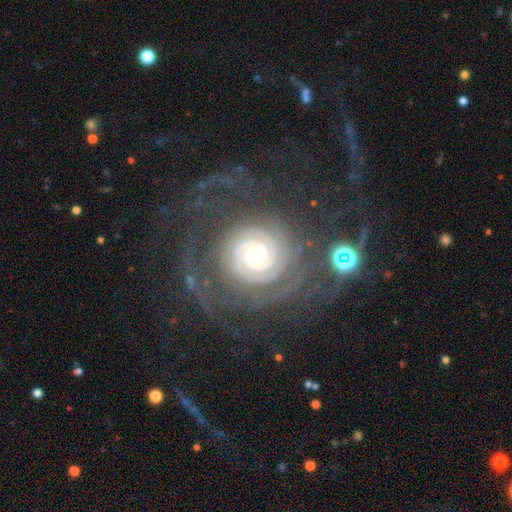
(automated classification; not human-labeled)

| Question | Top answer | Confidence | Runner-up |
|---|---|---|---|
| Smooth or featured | featured or disk | 88% | star or artifact (7%) |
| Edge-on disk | no | 98% | yes (2%) |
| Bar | no | 71% | weak (19%) |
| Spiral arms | yes | 98% | no (2%) |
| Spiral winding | tight | 84% | medium (13%) |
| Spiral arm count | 2 | 32% | can't tell (20%) |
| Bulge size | small | 56% | moderate (39%) |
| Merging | none | 63% | major disturbance (19%) |